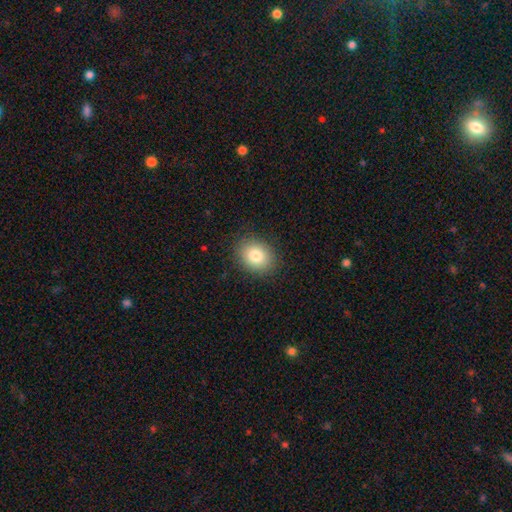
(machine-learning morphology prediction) This appears to be a smooth galaxy with no disk features (81%) that is round (50%). Merging: none (88%).